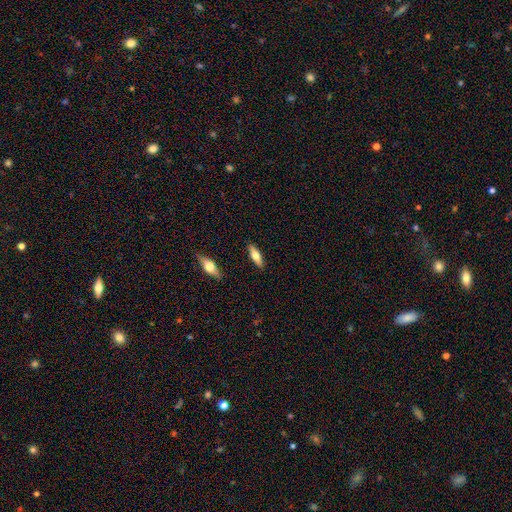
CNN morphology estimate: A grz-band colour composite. It shows a smooth galaxy with no disk features (58%) that is in between round and cigar-shaped (53%). Merging: none (88%).